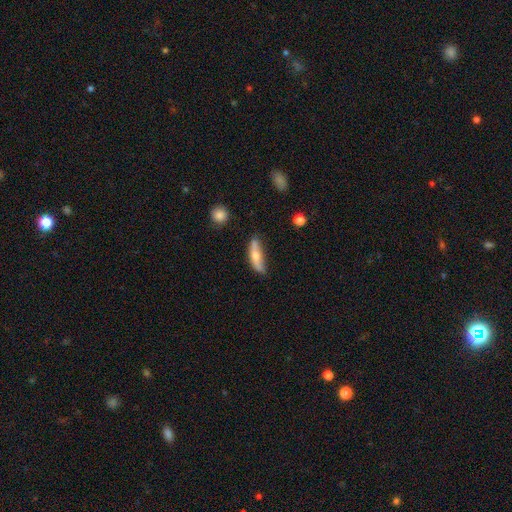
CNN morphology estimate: smooth_or_featured: smooth (p=0.56) [alt: featured or disk p=0.37]
how_rounded: cigar-shaped (p=0.60) [alt: in between p=0.37]
merging: none (p=0.60) [alt: minor disturbance p=0.29]